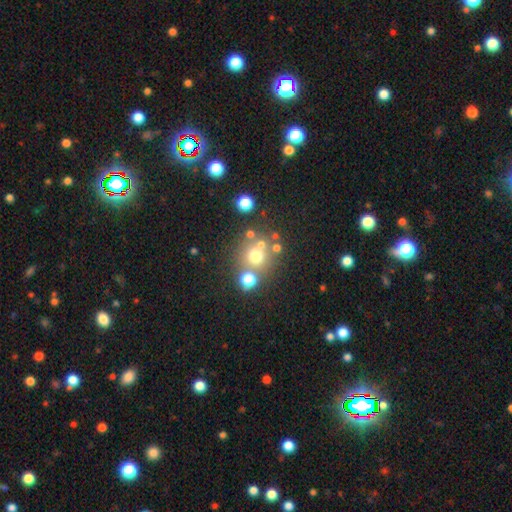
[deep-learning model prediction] Overall: smooth (63%). How rounded: round (90%). Merging: none (67%).